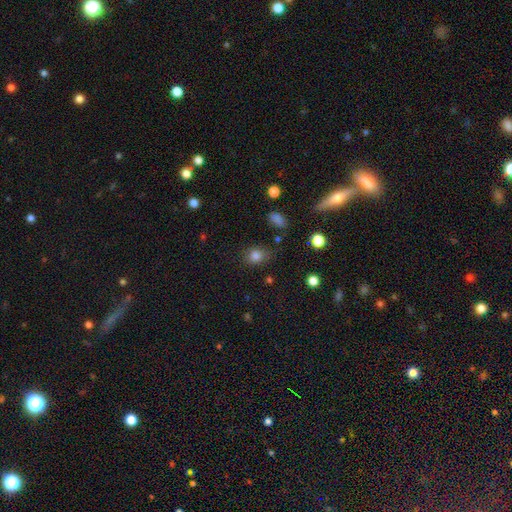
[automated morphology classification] Overall: smooth (80%). How rounded: round (51%; in between 47%). Merging: none (73%).